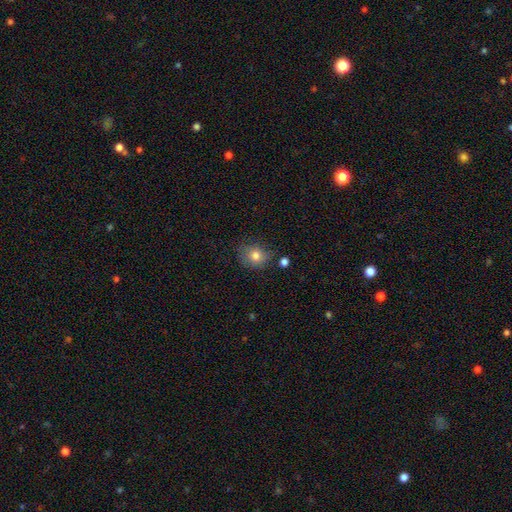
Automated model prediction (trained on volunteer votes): This appears to be a smooth galaxy with no disk features (79%) that is round (76%). Merging: none (71%).